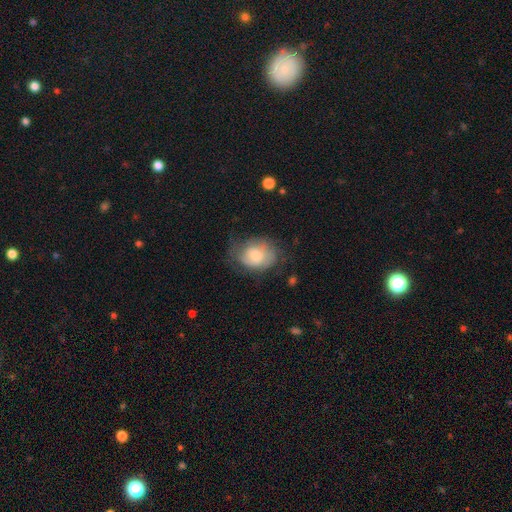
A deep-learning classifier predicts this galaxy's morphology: Smooth or featured? Predicted: smooth (p=0.64). How rounded? Predicted: in between (p=0.53). Merging? Predicted: none (p=0.48).